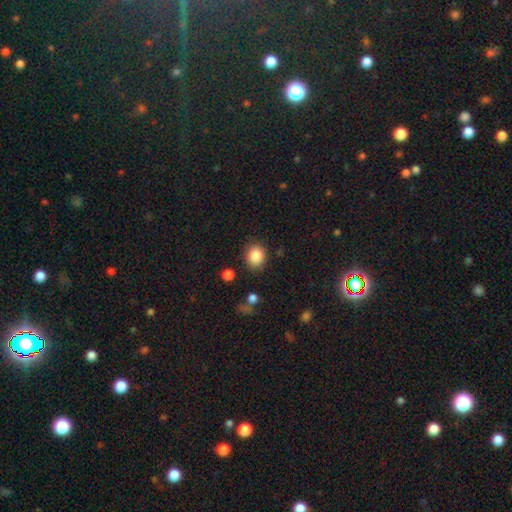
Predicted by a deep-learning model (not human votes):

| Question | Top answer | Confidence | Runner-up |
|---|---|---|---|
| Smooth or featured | smooth | 86% | star or artifact (9%) |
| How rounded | round | 72% | in between (27%) |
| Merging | none | 85% | minor disturbance (9%) |